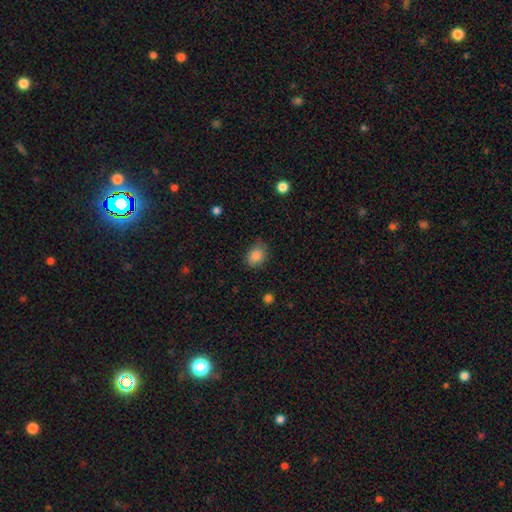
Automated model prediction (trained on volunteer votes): smooth 86%, star or artifact 9%, featured or disk 5%. Down the decision tree: how rounded — in between (61%); merging — none (75%).